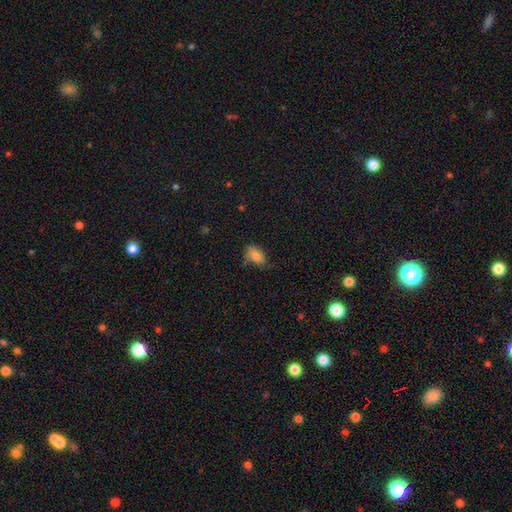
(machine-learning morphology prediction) The model was most divided on "merging": none: 53%, minor disturbance: 31%, major disturbance: 10%, merger: 6%. More confident: how rounded — in between (91%); smooth or featured — smooth (82%).